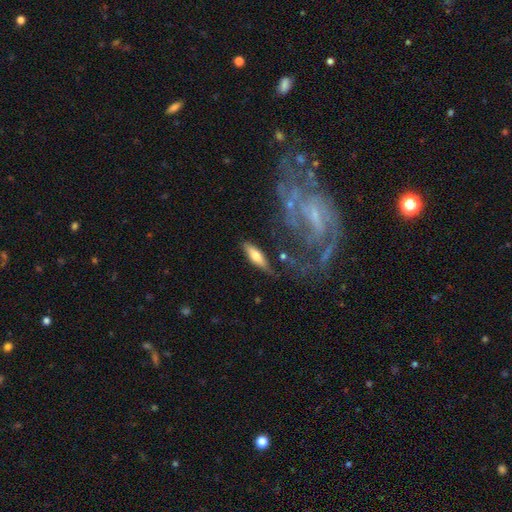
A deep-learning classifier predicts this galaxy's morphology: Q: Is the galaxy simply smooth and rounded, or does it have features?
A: smooth — 60%.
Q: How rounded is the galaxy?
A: cigar-shaped — 55%.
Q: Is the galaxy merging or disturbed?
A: none — 77%.